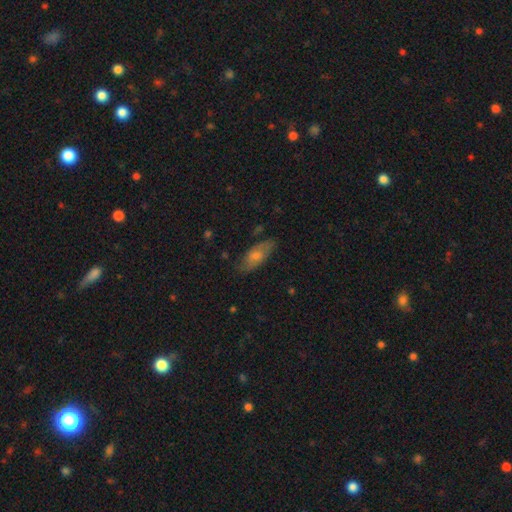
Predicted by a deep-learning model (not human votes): Smooth or featured? smooth (56%)
How rounded? in between (76%)
Merging? none (79%)